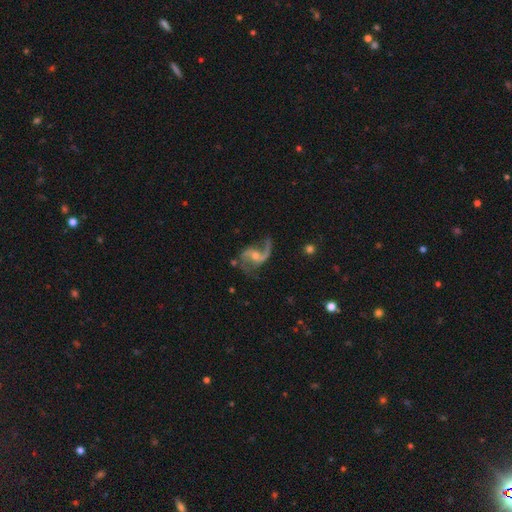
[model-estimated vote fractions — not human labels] Overall: featured or disk (90%). Edge-on disk: no (98%). Bar: no (45%; weak 39%). Spiral arms: yes (97%). Spiral arm count: 2 (89%). Spiral winding: loose (69%). Bulge size: small (48%; moderate 46%). Merging: none (62%).